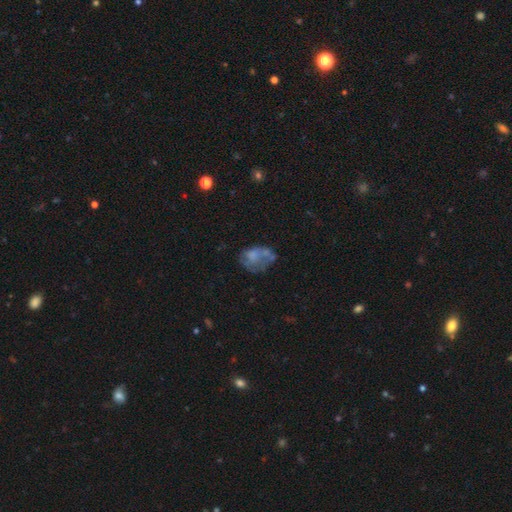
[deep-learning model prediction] Smooth or featured?
  - featured or disk: 44% *
  - smooth: 43%
  - star or artifact: 13%
Merging?
  - none: 35% *
  - major disturbance: 28%
  - minor disturbance: 24%
  - merger: 13%